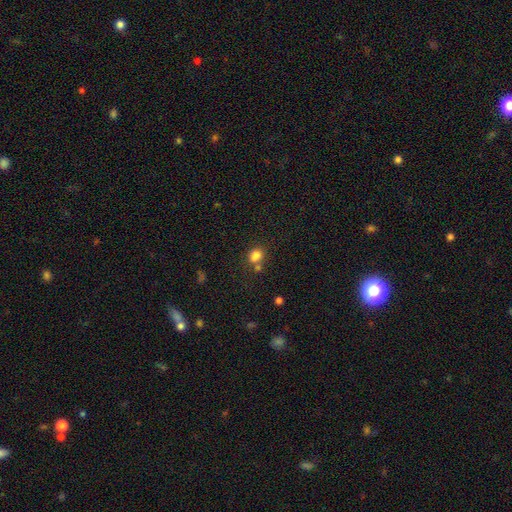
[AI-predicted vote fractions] smooth_or_featured: smooth (p=0.80) [alt: star or artifact p=0.13]
how_rounded: round (p=0.52) [alt: in between p=0.47]
merging: none (p=0.55) [alt: merger p=0.27]